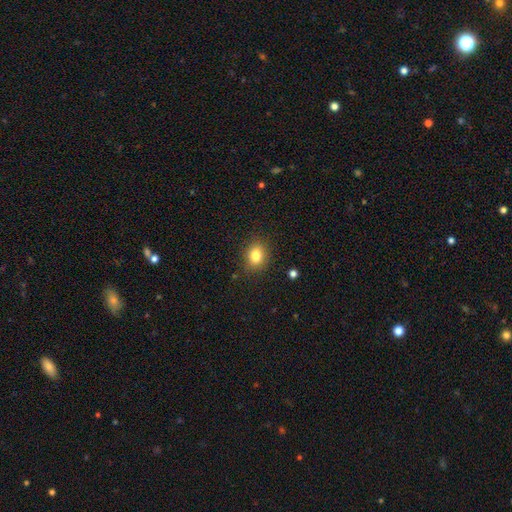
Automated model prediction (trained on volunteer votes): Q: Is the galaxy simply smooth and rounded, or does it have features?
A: smooth — 82%.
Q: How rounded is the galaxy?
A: round — 50%.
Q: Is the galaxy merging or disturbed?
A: none — 86%.